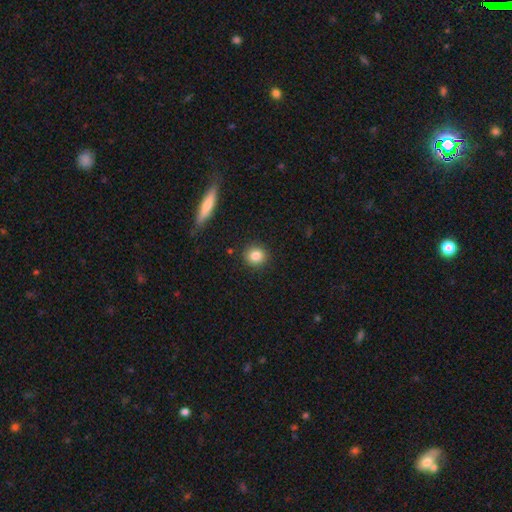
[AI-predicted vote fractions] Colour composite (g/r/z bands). It shows a smooth galaxy with no disk features (84%) that is round (87%). Merging: none (90%).